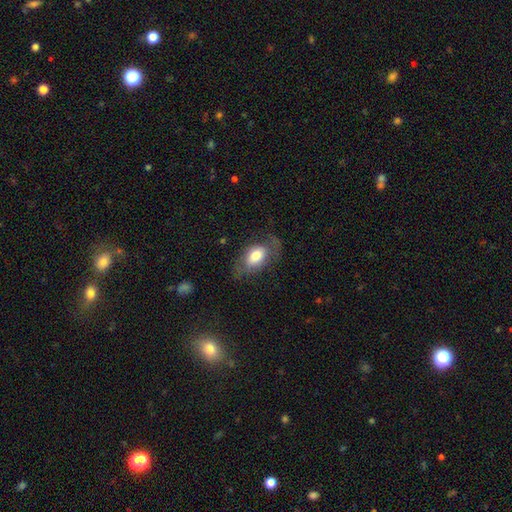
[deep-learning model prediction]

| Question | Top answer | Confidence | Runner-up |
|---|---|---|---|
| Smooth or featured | smooth | 64% | featured or disk (29%) |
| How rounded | in between | 88% | round (10%) |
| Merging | none | 55% | minor disturbance (25%) |